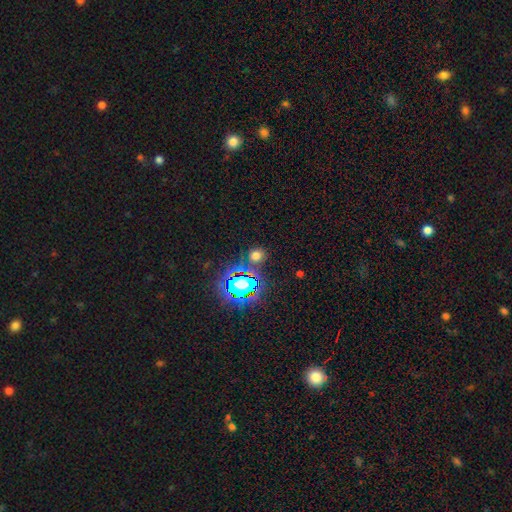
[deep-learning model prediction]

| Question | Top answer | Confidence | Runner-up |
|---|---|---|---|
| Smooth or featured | smooth | 57% | star or artifact (36%) |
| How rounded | round | 77% | in between (21%) |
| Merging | none | 80% | minor disturbance (9%) |